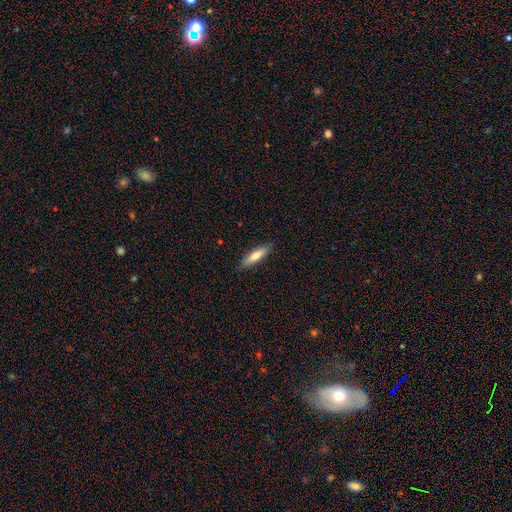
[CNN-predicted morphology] A smooth galaxy with no disk features (71%) that is cigar-shaped (68%).

Vote fractions:
- Smooth or featured? smooth: 71% / featured or disk: 23% / star or artifact: 6%
- How rounded? cigar-shaped: 68% / in between: 30% / round: 1%
- Merging? none: 88% / minor disturbance: 10% / major disturbance: 2% / merger: 1%